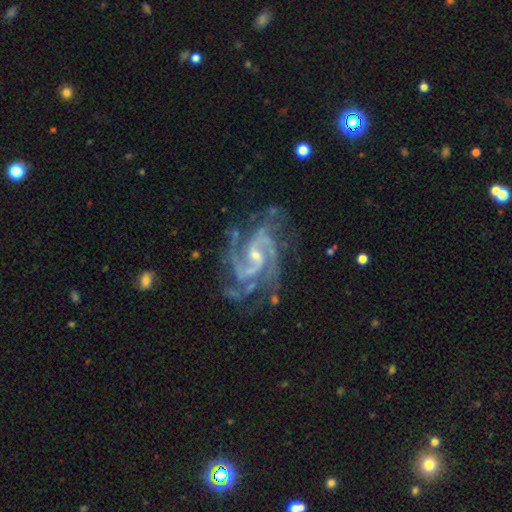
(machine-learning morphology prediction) type=featured or disk (93%); edge-on=no (98%); bar=weak (48%); spiral arms=yes (99%); winding=medium (53%); arm count=2 (48%); bulge=small (63%); merging=none (67%).